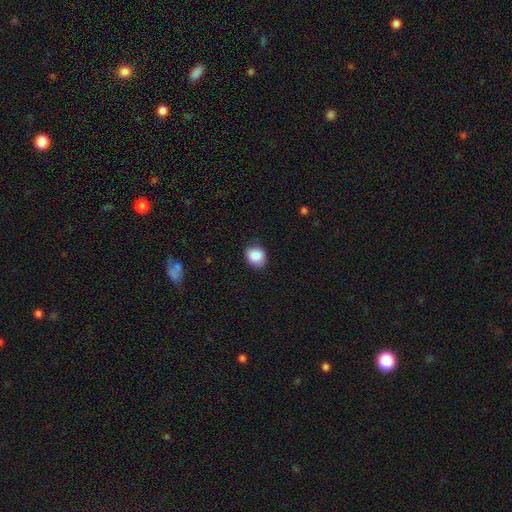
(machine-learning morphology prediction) This is clearly a smooth galaxy (88%). How rounded: likely round (62%). Merging: clearly none (80%).